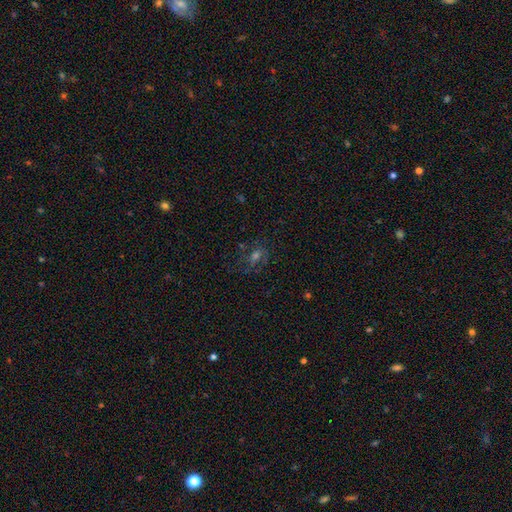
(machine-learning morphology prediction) featured or disk 45%, star or artifact 29%, smooth 26%. Down the decision tree: merging — none (67%).